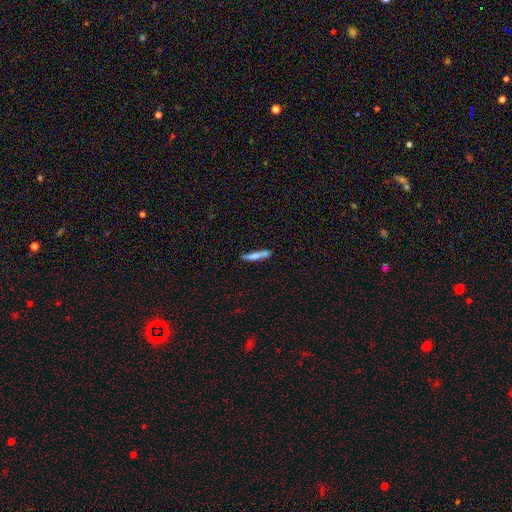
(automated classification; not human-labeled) The model was most divided on "smooth or featured": smooth: 69%, featured or disk: 24%, star or artifact: 7%. More confident: how rounded — cigar-shaped (90%); merging — none (65%).